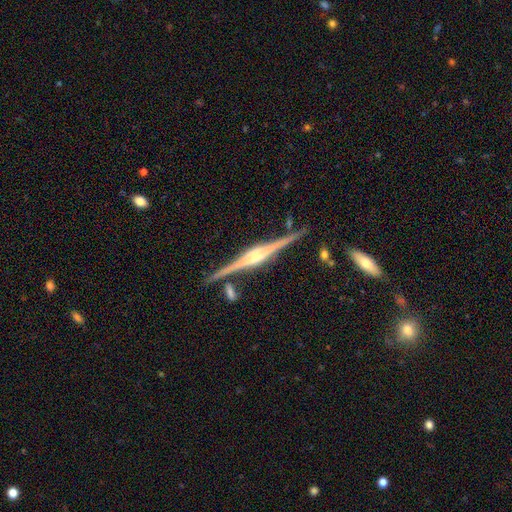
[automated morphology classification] Smooth or featured: featured or disk — 89% (smooth — 6%)
Edge-on disk: yes — 98% (no — 2%)
Edge-on bulge: rounded — 72% (boxy — 24%)
Merging: none — 86% (minor disturbance — 9%)